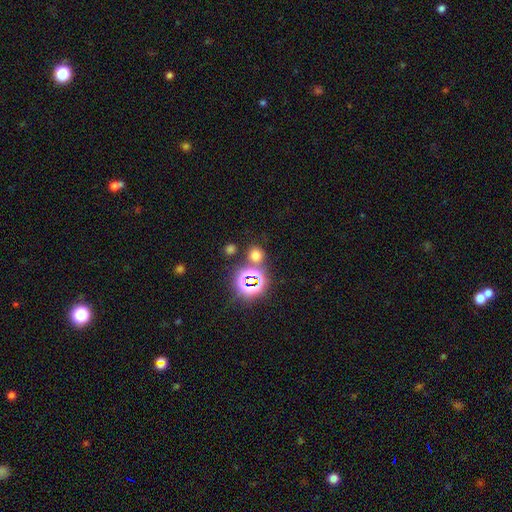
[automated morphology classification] smooth_or_featured: smooth (p=0.61) [alt: star or artifact p=0.34]
how_rounded: round (p=0.82) [alt: in between p=0.17]
merging: none (p=0.75) [alt: merger p=0.13]